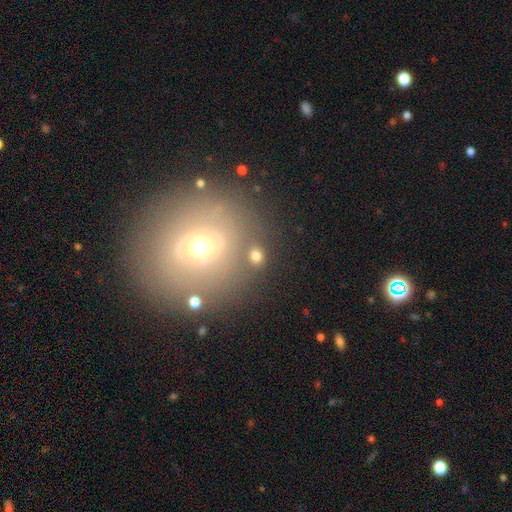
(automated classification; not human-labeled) Smooth or featured? smooth (73%)
How rounded? round (60%)
Merging? none (74%)